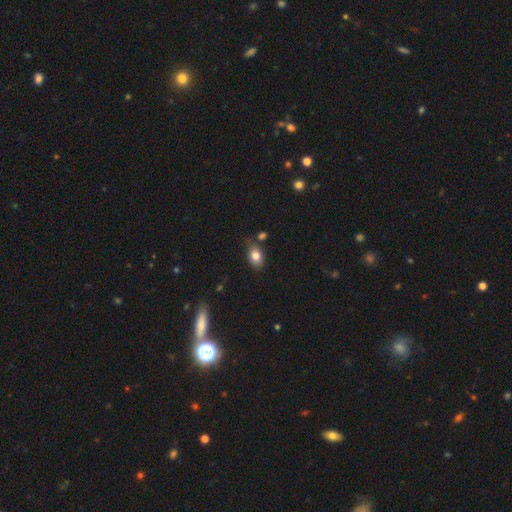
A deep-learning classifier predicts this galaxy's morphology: Smooth or featured: smooth — 82% (featured or disk — 9%)
How rounded: in between — 77% (round — 22%)
Merging: none — 71% (minor disturbance — 18%)